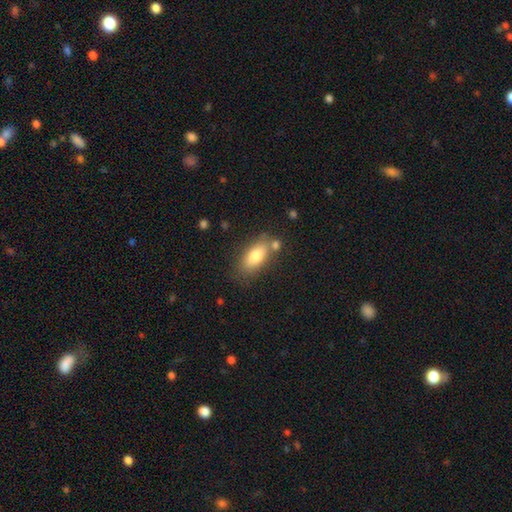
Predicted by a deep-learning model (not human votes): Morphology: type=smooth (79%); roundness=in between (84%); merging=none (69%).